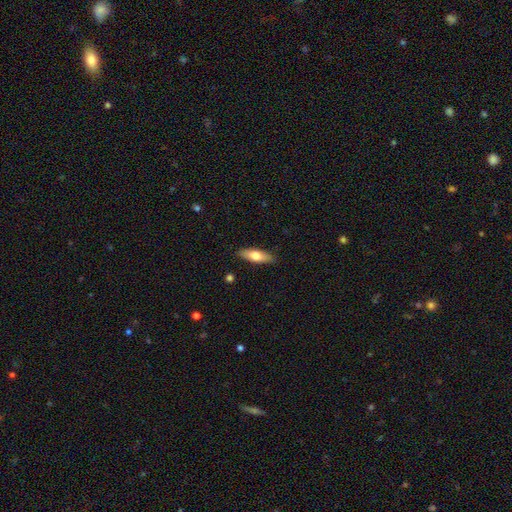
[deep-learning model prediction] Smooth or featured? smooth (65%)
How rounded? in between (57%)
Merging? none (88%)